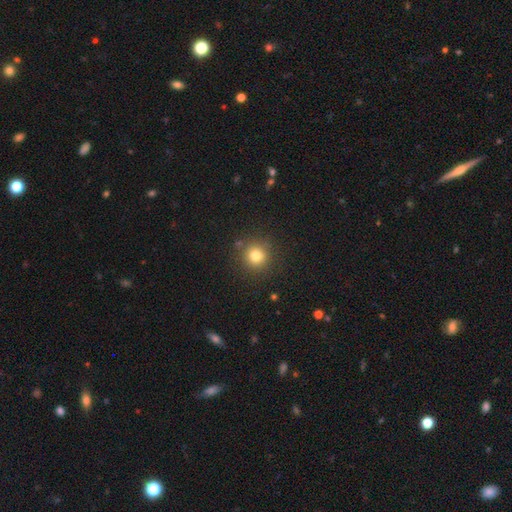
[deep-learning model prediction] Morphology: type=smooth (79%); roundness=round (94%); merging=none (86%).